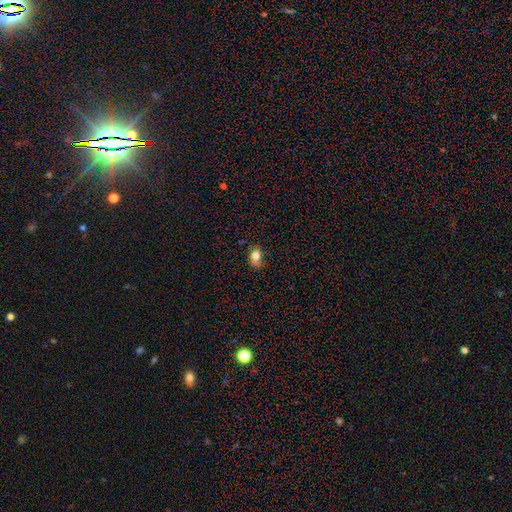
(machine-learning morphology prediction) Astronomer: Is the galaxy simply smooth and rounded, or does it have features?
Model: smooth — 76%.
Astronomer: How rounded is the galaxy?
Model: in between — 69%.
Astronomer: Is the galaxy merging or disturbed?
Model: none — 57%.